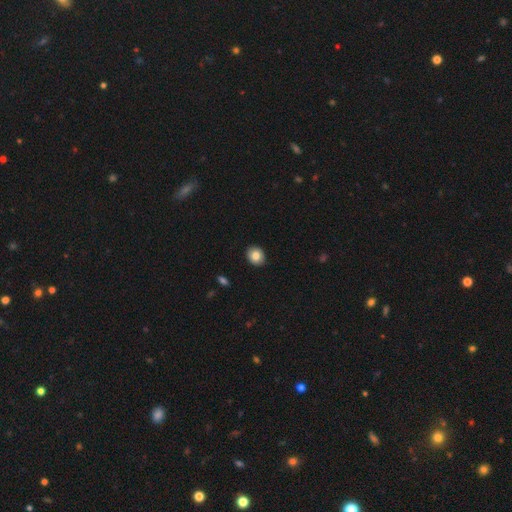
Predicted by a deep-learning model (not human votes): This appears to be a smooth galaxy with no disk features (82%) that is round (62%). Merging: none (90%).